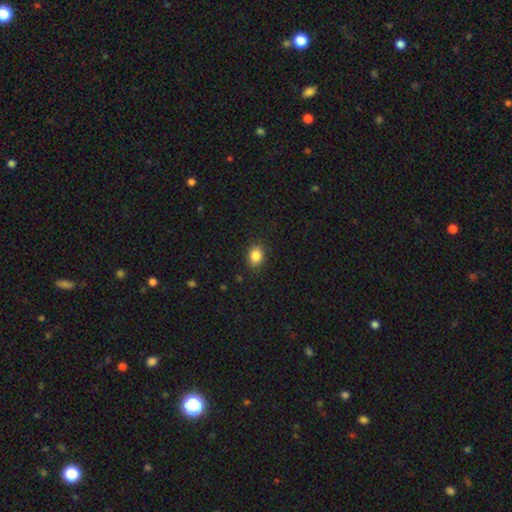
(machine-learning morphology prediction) Q: Smooth or featured?
A: smooth (86%); runner-up: star or artifact (10%)
Q: How rounded?
A: in between (54%); runner-up: round (45%)
Q: Merging?
A: none (86%); runner-up: minor disturbance (10%)